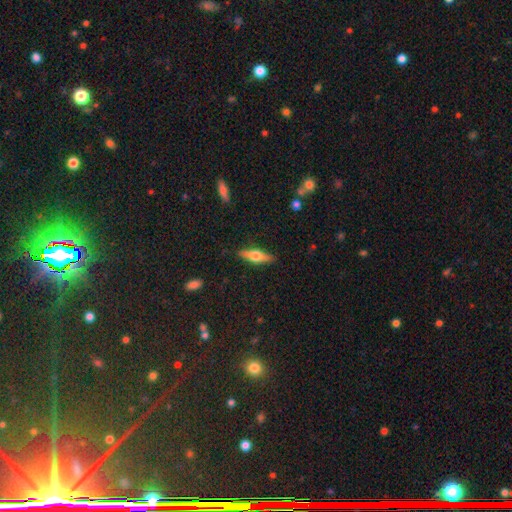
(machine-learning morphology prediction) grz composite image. It shows a featured or disk galaxy (49%). Merging: none (86%).